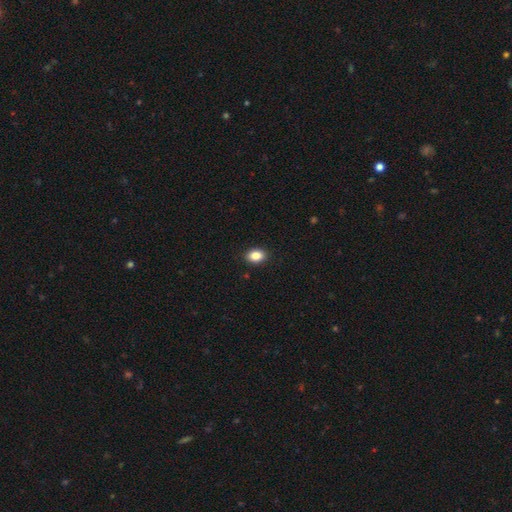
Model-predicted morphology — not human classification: Smooth or featured? Predicted: smooth (p=0.87). How rounded? Predicted: in between (p=0.78). Merging? Predicted: none (p=0.90).